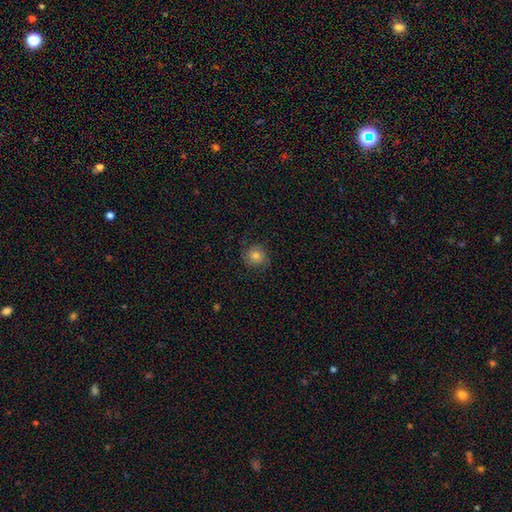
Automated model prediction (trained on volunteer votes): Q: Smooth or featured?
A: smooth (59%); runner-up: featured or disk (28%)
Q: How rounded?
A: round (87%); runner-up: in between (12%)
Q: Merging?
A: none (78%); runner-up: minor disturbance (14%)